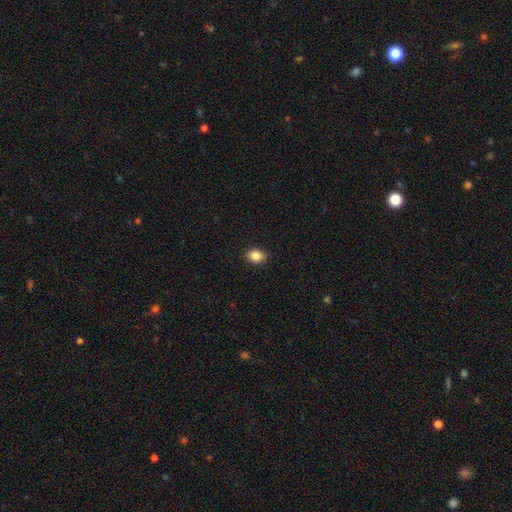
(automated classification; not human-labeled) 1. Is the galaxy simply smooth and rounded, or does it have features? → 87% smooth, 9% star or artifact, 4% featured or disk.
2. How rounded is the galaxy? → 68% in between, 31% round, 1% cigar-shaped.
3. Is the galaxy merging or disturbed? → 90% none, 7% minor disturbance, 2% major disturbance, 1% merger.